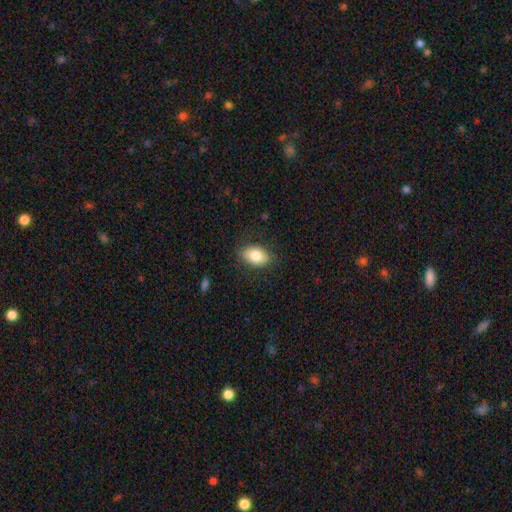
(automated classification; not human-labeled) A smooth galaxy with no disk features (81%) that is in between round and cigar-shaped (87%). Merging: none (83%).